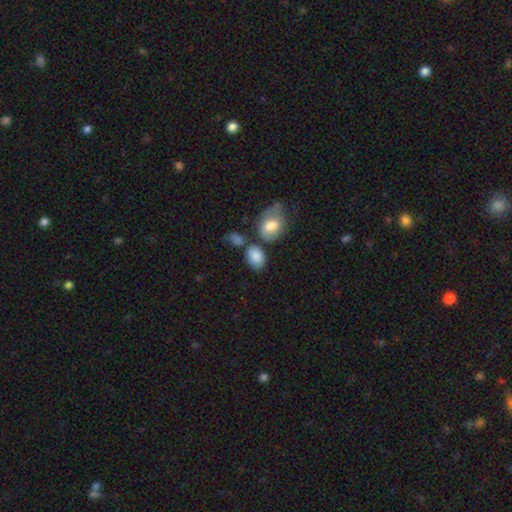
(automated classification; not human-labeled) This is clearly a smooth galaxy (84%). How rounded: clearly in between (83%). Merging: possibly none (51%).